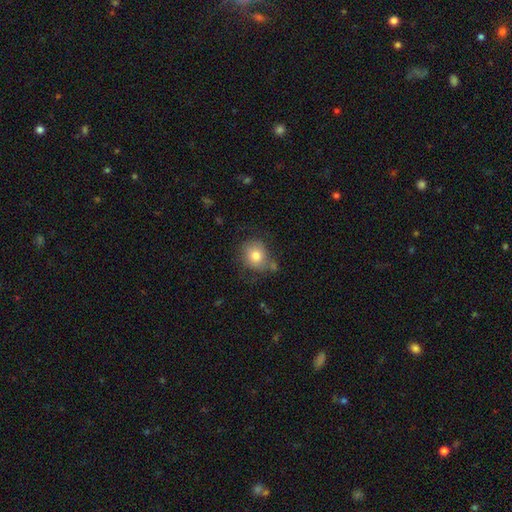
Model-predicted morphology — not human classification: smooth-or-featured: smooth: 78% | featured or disk: 13% | star or artifact: 9%
  how-rounded: round: 73% | in between: 26% | cigar-shaped: 1%
  merging: none: 64% | minor disturbance: 22% | major disturbance: 8% | merger: 7%